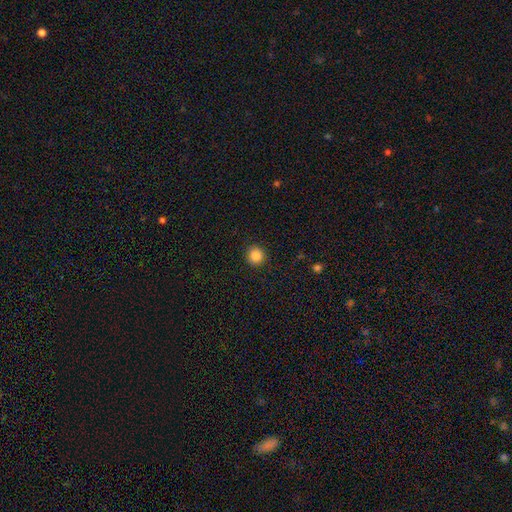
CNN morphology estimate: A smooth galaxy with no disk features (86%) that is round (94%).

Vote fractions:
- Smooth or featured? smooth: 86% / star or artifact: 10% / featured or disk: 4%
- How rounded? round: 94% / in between: 5% / cigar-shaped: 1%
- Merging? none: 92% / minor disturbance: 5% / major disturbance: 2% / merger: 1%